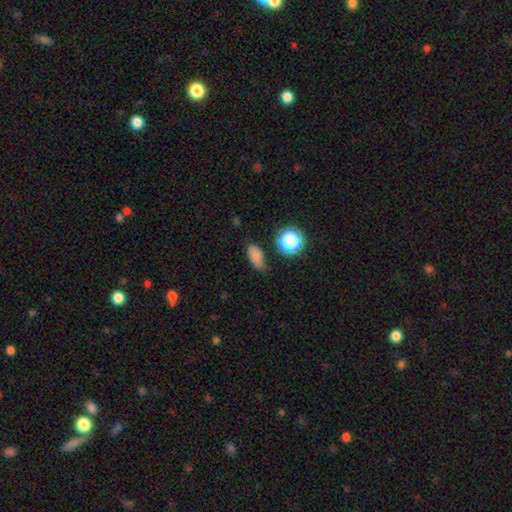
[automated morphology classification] Q: Smooth or featured?
A: smooth (79%); runner-up: star or artifact (15%)
Q: How rounded?
A: in between (78%); runner-up: round (11%)
Q: Merging?
A: none (70%); runner-up: minor disturbance (22%)